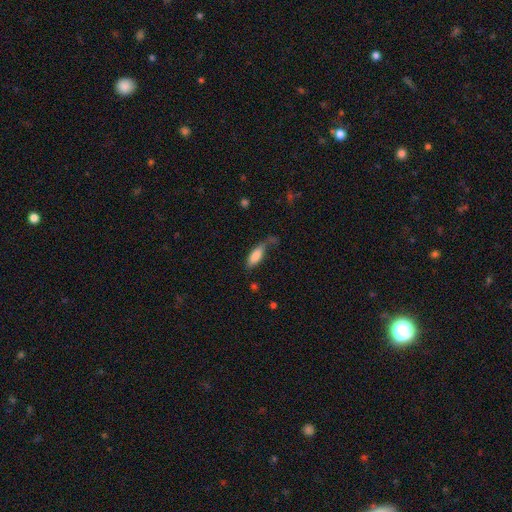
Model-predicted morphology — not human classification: A smooth galaxy with no disk features (79%) that is in between round and cigar-shaped (68%).

Vote fractions:
- Smooth or featured? smooth: 79% / featured or disk: 14% / star or artifact: 7%
- How rounded? in between: 68% / cigar-shaped: 30% / round: 2%
- Merging? none: 46% / minor disturbance: 28% / major disturbance: 17% / merger: 9%